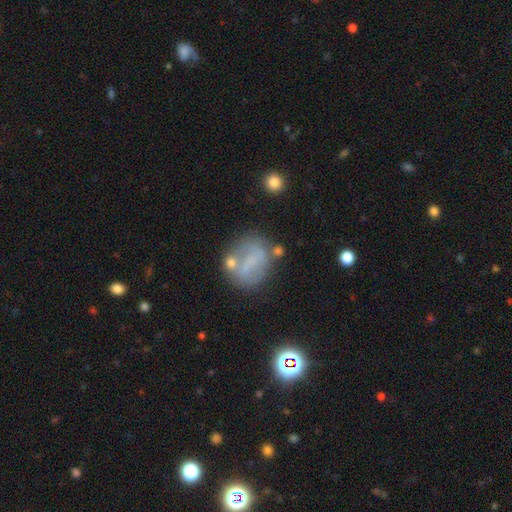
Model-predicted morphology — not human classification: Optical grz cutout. It shows a smooth galaxy with no disk features (52%) that is round (57%). Merging: none (49%).